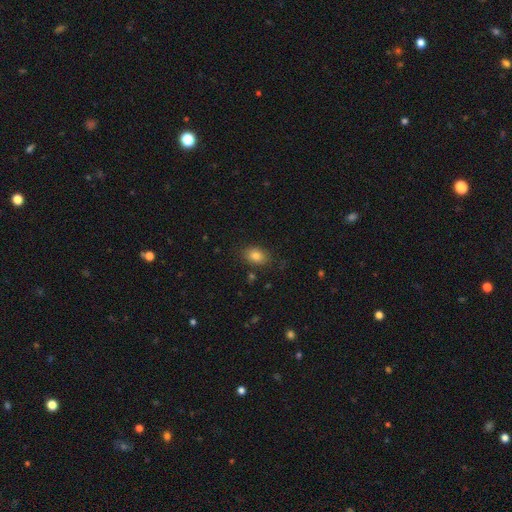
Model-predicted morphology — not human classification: smooth-or-featured: smooth: 83% | star or artifact: 10% | featured or disk: 7%
  how-rounded: in between: 75% | round: 23% | cigar-shaped: 1%
  merging: none: 83% | minor disturbance: 12% | major disturbance: 3% | merger: 2%